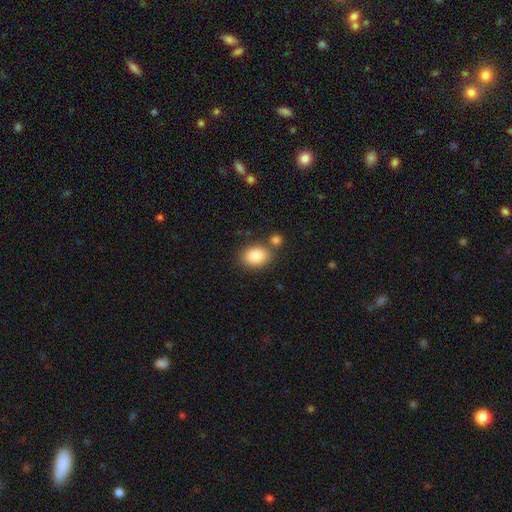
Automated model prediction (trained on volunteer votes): Smooth or featured?
  - smooth: 86% *
  - star or artifact: 8%
  - featured or disk: 6%
How rounded?
  - in between: 73% *
  - round: 26%
  - cigar-shaped: 1%
Merging?
  - none: 70% *
  - merger: 15%
  - minor disturbance: 12%
  - major disturbance: 3%